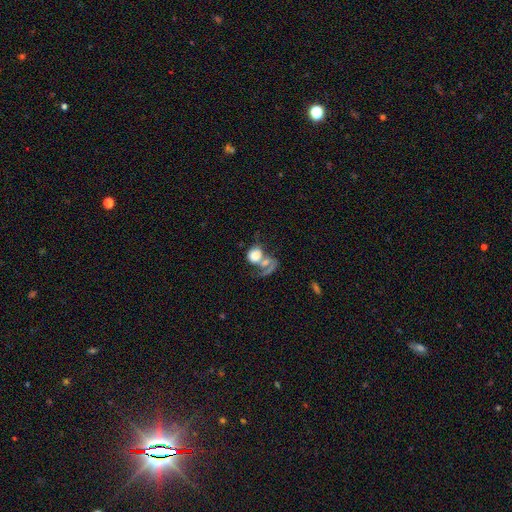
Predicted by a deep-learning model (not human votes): The model was most divided on "how rounded": round: 58%, in between: 41%, cigar-shaped: 2%. More confident: merging — merger (61%); smooth or featured — smooth (58%).